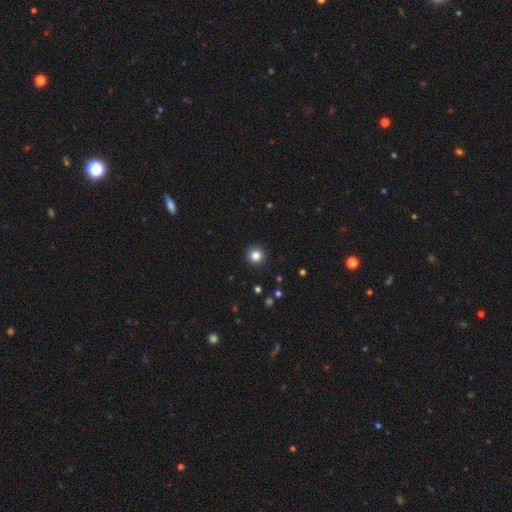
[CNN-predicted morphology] Smooth or featured? smooth (85%)
How rounded? round (94%)
Merging? none (92%)